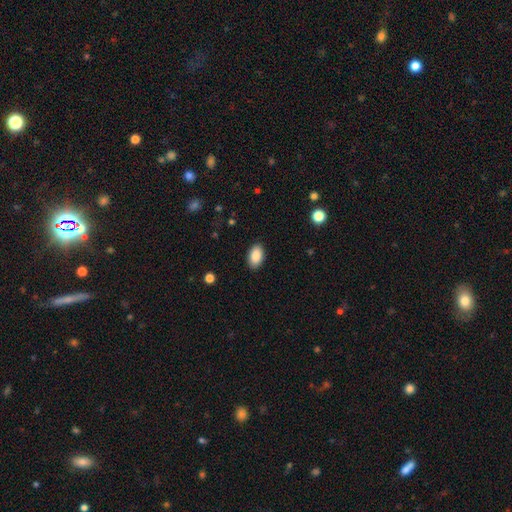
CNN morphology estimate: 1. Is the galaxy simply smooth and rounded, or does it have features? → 89% smooth, 7% star or artifact, 4% featured or disk.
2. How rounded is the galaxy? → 93% in between, 5% round, 1% cigar-shaped.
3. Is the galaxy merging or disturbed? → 89% none, 8% minor disturbance, 2% major disturbance, 1% merger.